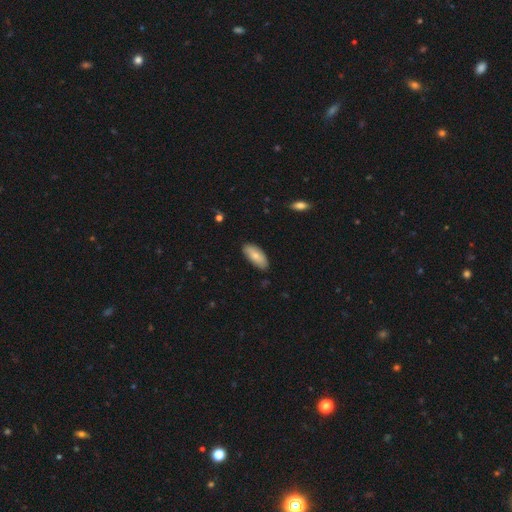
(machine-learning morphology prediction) Smooth or featured?
  - smooth: 73% *
  - featured or disk: 21%
  - star or artifact: 6%
How rounded?
  - in between: 87% *
  - cigar-shaped: 11%
  - round: 2%
Merging?
  - none: 80% *
  - minor disturbance: 16%
  - major disturbance: 2%
  - merger: 1%